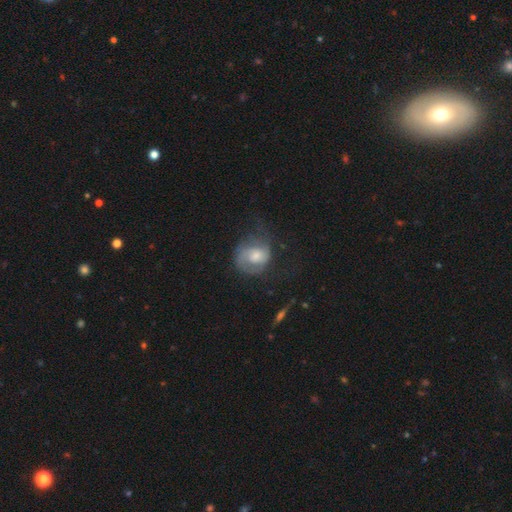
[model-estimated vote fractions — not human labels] Smooth or featured? featured or disk (48%)
Merging? none (40%)